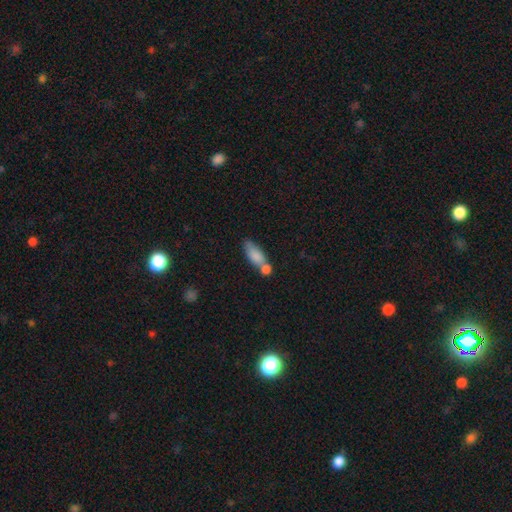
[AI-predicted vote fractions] Smooth or featured? Predicted: smooth (p=0.81). How rounded? Predicted: in between (p=0.71). Merging? Predicted: merger (p=0.47).